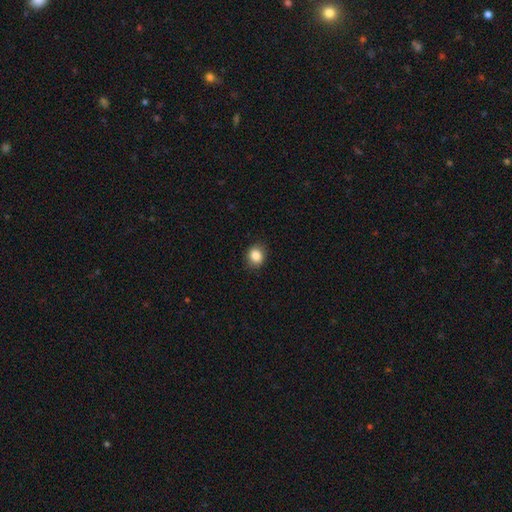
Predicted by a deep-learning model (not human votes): smooth-or-featured: smooth: 85% | star or artifact: 10% | featured or disk: 5%
  how-rounded: round: 69% | in between: 30% | cigar-shaped: 1%
  merging: none: 87% | minor disturbance: 10% | major disturbance: 2% | merger: 1%